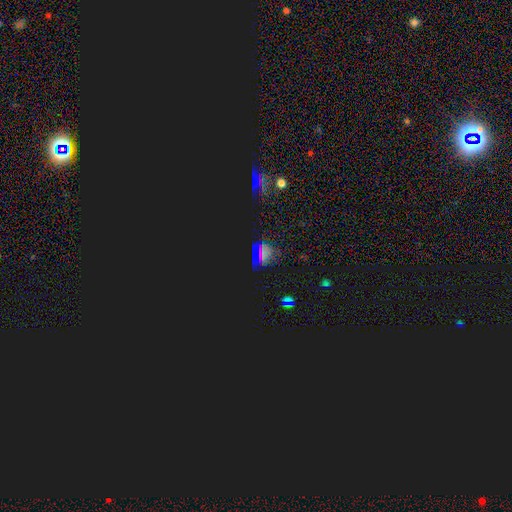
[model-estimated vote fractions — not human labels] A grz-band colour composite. It shows a star or artifact, not a galaxy (66%).